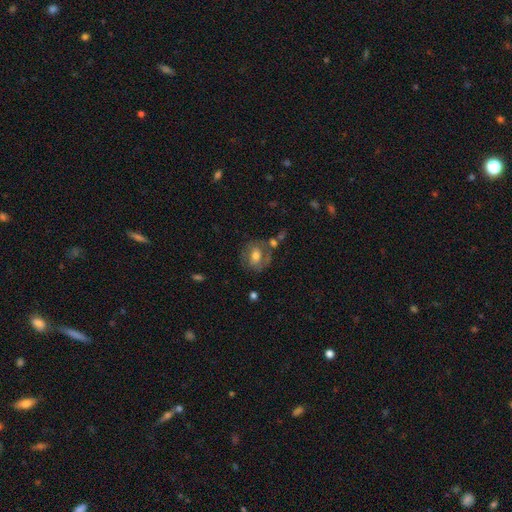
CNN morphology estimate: Overall: smooth (46%, tied with featured or disk). Merging: none (60%).